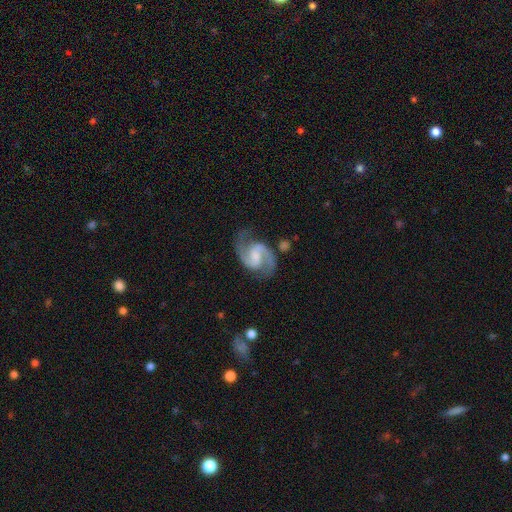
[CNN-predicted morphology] Smooth or featured? Predicted: featured or disk (p=0.92). Edge-on disk? Predicted: no (p=0.98). Bar? Predicted: weak (p=0.51). Spiral arms? Predicted: yes (p=0.98). Spiral winding? Predicted: medium (p=0.64). Spiral arm count? Predicted: 2 (p=0.94). Bulge size? Predicted: moderate (p=0.33). Merging? Predicted: none (p=0.76).